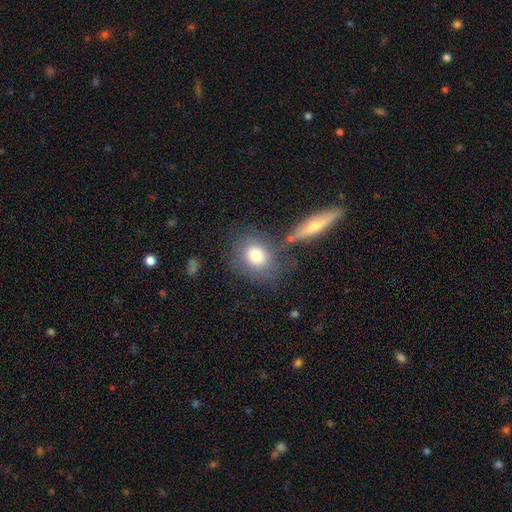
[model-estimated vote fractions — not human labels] A smooth galaxy with no disk features (76%) that is round (63%).

Vote fractions:
- Smooth or featured? smooth: 76% / featured or disk: 16% / star or artifact: 9%
- How rounded? round: 63% / in between: 35% / cigar-shaped: 2%
- Merging? none: 64% / merger: 14% / minor disturbance: 14% / major disturbance: 7%